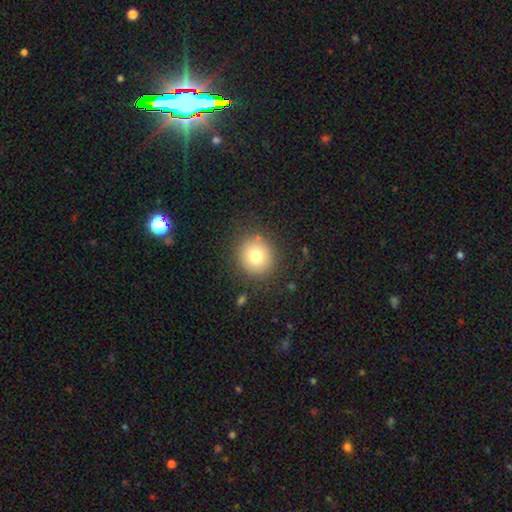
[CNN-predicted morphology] Smooth or featured? Predicted: smooth (p=0.78). How rounded? Predicted: round (p=0.90). Merging? Predicted: none (p=0.86).